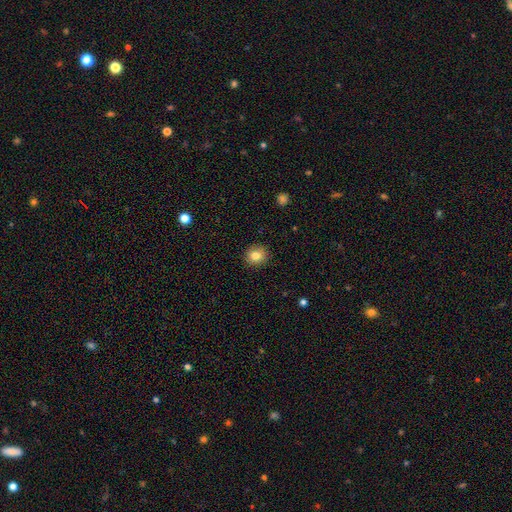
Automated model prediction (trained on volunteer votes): Smooth or featured: smooth — 82% (star or artifact — 10%)
How rounded: round — 83% (in between — 16%)
Merging: none — 90% (minor disturbance — 7%)